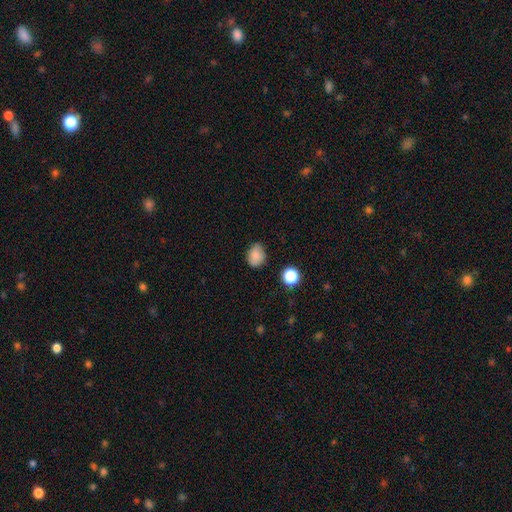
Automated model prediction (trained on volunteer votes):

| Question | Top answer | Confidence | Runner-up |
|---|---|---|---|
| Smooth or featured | smooth | 83% | star or artifact (11%) |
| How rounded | round | 51% | in between (48%) |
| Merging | none | 74% | minor disturbance (20%) |